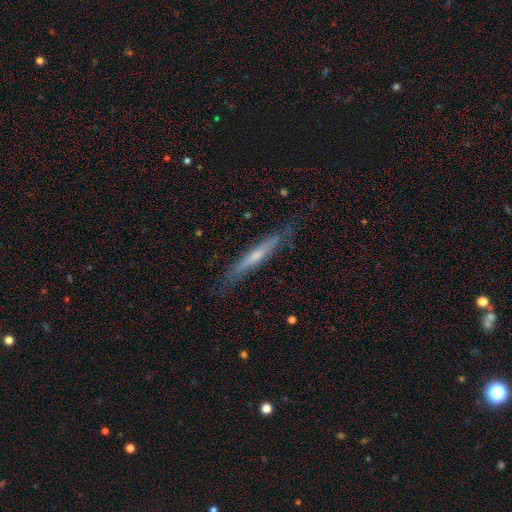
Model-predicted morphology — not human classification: A featured or disk galaxy (55%) viewed edge-on (90%). Merging: none (80%).